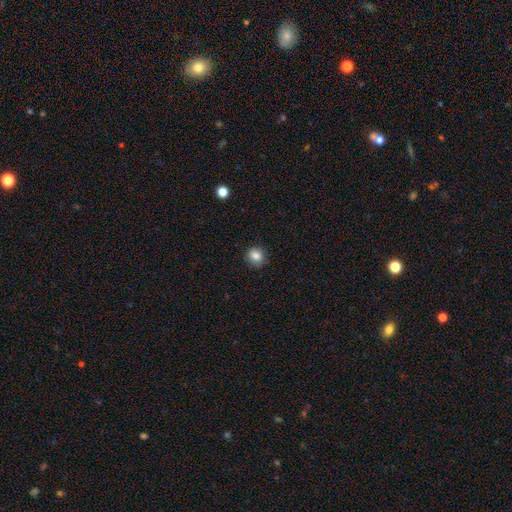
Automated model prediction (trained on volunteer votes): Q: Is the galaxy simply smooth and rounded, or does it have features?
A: smooth — 84%.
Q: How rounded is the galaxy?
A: round — 85%.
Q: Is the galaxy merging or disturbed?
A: none — 89%.